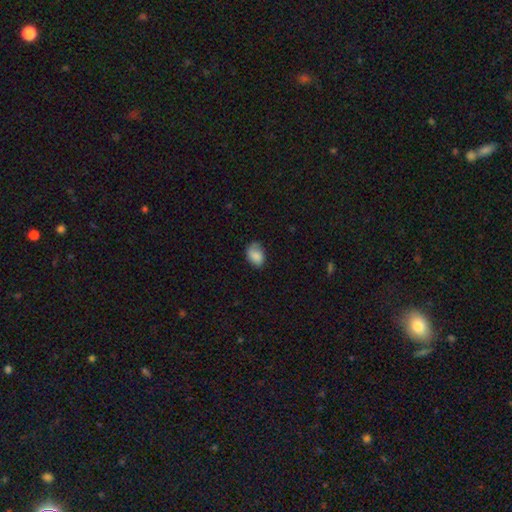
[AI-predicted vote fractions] smooth_or_featured: smooth (p=0.85) [alt: featured or disk p=0.08]
how_rounded: in between (p=0.79) [alt: round p=0.20]
merging: none (p=0.63) [alt: minor disturbance p=0.29]